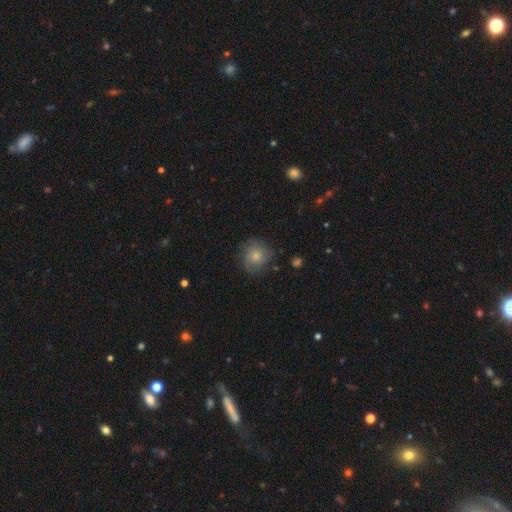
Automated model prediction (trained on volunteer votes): Smooth or featured: smooth — 66% (featured or disk — 26%)
How rounded: round — 85% (in between — 14%)
Merging: none — 73% (minor disturbance — 19%)